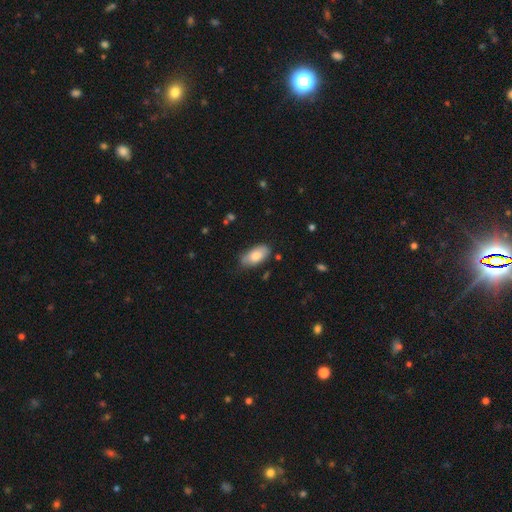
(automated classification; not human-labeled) smooth_or_featured: smooth (p=0.77) [alt: featured or disk p=0.17]
how_rounded: in between (p=0.93) [alt: cigar-shaped p=0.04]
merging: none (p=0.75) [alt: minor disturbance p=0.20]